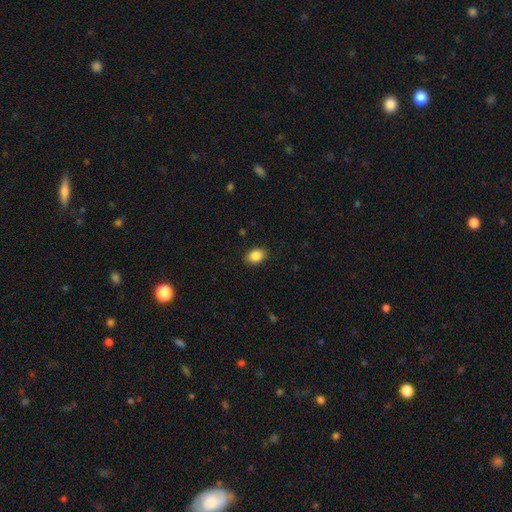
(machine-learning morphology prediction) The model was most divided on "how rounded": in between: 76%, round: 23%, cigar-shaped: 1%. More confident: merging — none (88%); smooth or featured — smooth (87%).